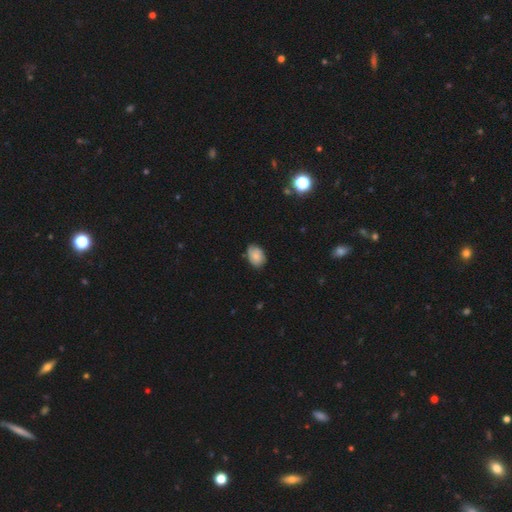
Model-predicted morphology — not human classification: A smooth galaxy with no disk features (72%) that is in between round and cigar-shaped (76%).

Vote fractions:
- Smooth or featured? smooth: 72% / featured or disk: 20% / star or artifact: 8%
- How rounded? in between: 76% / round: 23% / cigar-shaped: 1%
- Merging? none: 69% / minor disturbance: 25% / major disturbance: 4% / merger: 1%